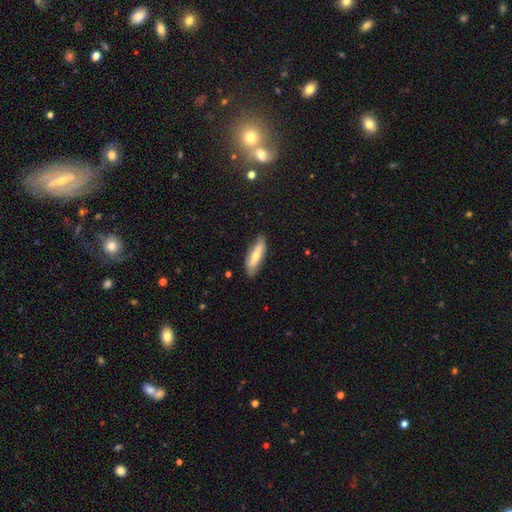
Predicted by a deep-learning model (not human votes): smooth-or-featured: smooth: 57% | featured or disk: 37% | star or artifact: 6%
  how-rounded: cigar-shaped: 49% | in between: 48% | round: 2%
  merging: none: 80% | minor disturbance: 16% | major disturbance: 3% | merger: 1%